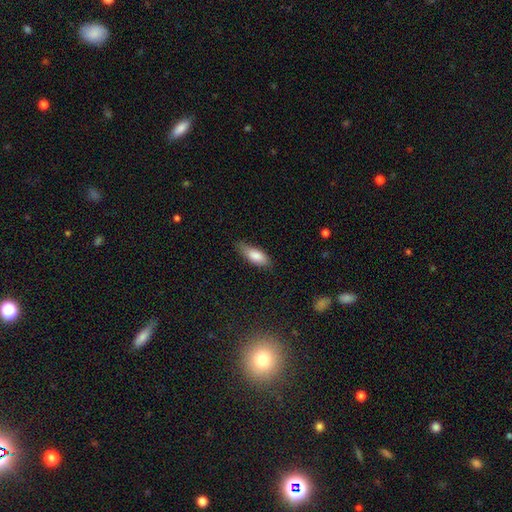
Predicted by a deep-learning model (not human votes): Smooth or featured: smooth — 82% (featured or disk — 11%)
How rounded: in between — 74% (cigar-shaped — 24%)
Merging: none — 62% (minor disturbance — 31%)